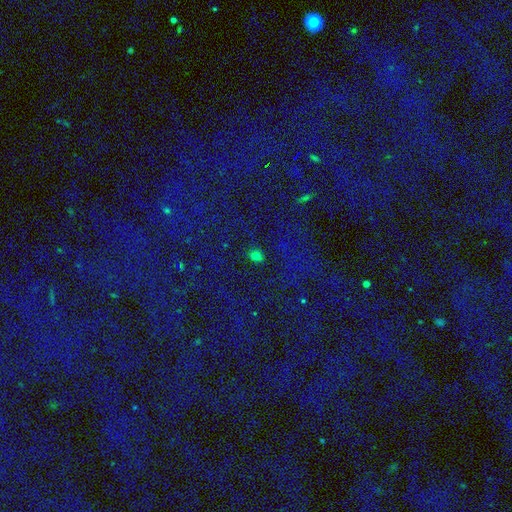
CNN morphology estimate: type=smooth (59%); roundness=round (61%); merging=none (80%).